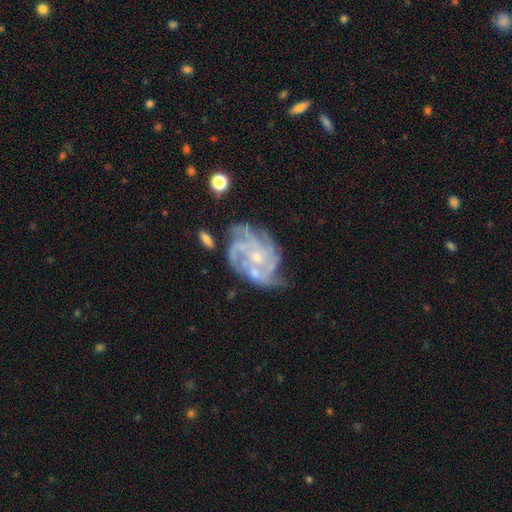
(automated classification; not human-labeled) Smooth or featured? featured or disk (86%)
Edge-on disk? no (98%)
Bar? no (71%)
Spiral arms? yes (96%)
Spiral winding? tight (57%)
Spiral arm count? 4 (39%)
Bulge size? small (74%)
Merging? none (59%)